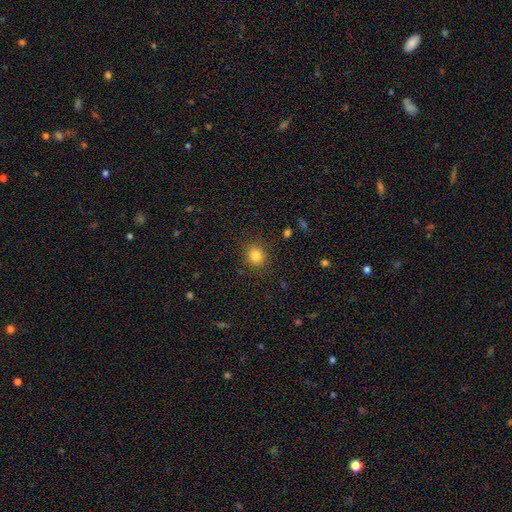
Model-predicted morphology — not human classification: Smooth or featured?
  - smooth: 82% *
  - star or artifact: 12%
  - featured or disk: 6%
How rounded?
  - round: 80% *
  - in between: 19%
  - cigar-shaped: 1%
Merging?
  - none: 88% *
  - minor disturbance: 8%
  - major disturbance: 3%
  - merger: 1%